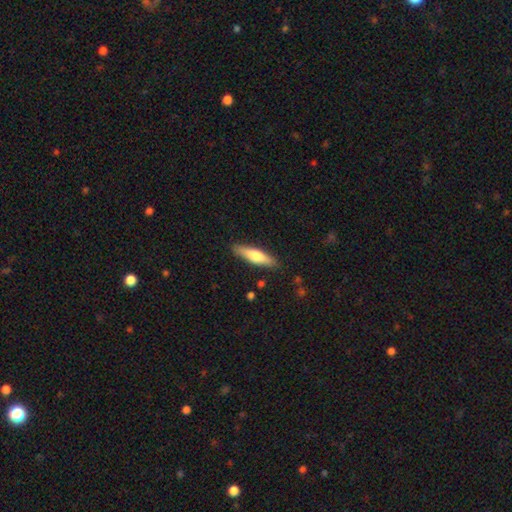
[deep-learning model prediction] smooth-or-featured: smooth: 63% | featured or disk: 31% | star or artifact: 6%
  how-rounded: cigar-shaped: 70% | in between: 28% | round: 2%
  merging: none: 86% | minor disturbance: 10% | major disturbance: 2% | merger: 1%